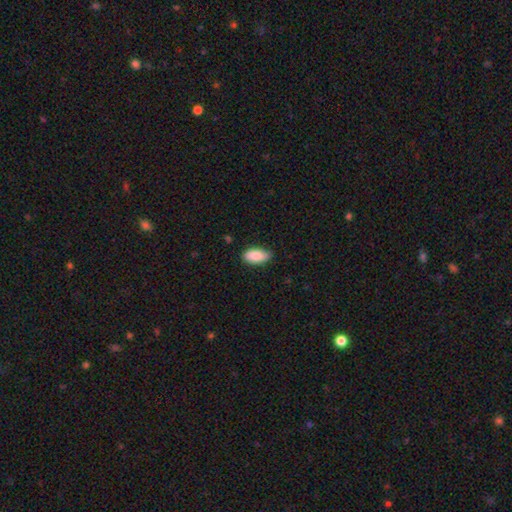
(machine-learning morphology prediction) This is clearly a smooth galaxy (86%). How rounded: clearly in between (91%). Merging: likely none (79%).